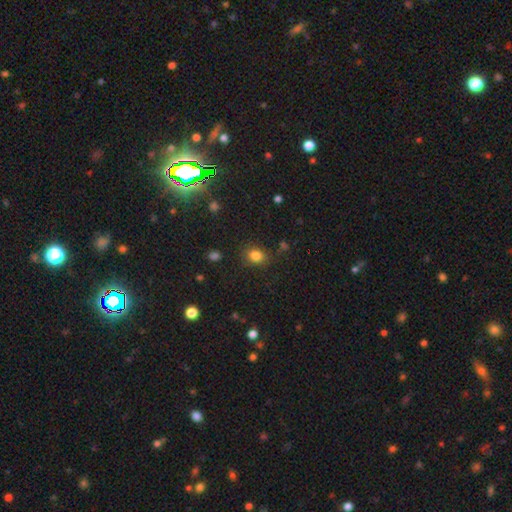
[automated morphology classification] This appears to be a smooth galaxy with no disk features (81%) that is round (55%). Merging: none (81%).